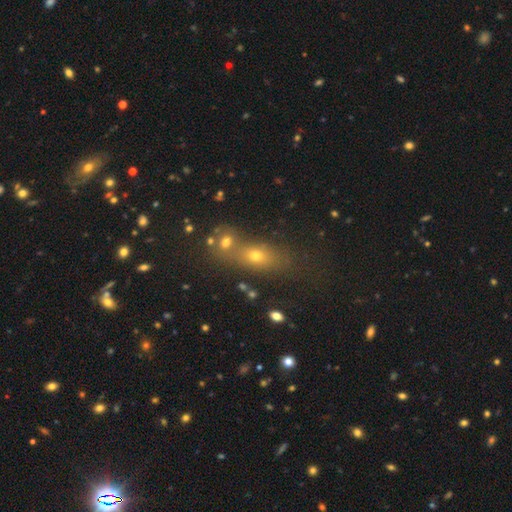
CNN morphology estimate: smooth_or_featured: smooth (p=0.62) [alt: star or artifact p=0.22]
how_rounded: in between (p=0.56) [alt: round p=0.32]
merging: none (p=0.45) [alt: merger p=0.39]